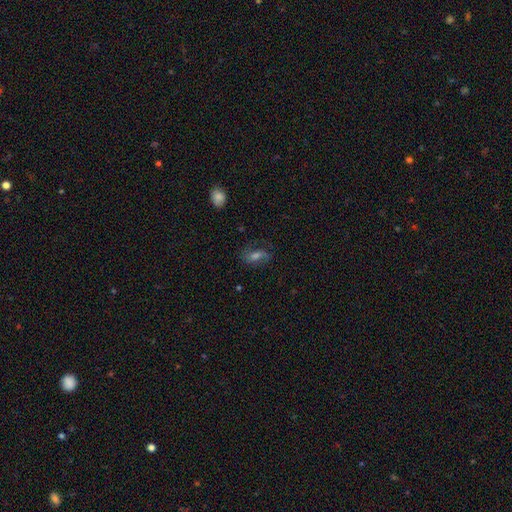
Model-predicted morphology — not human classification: type=featured or disk (50%); edge-on=no (92%); merging=none (68%).